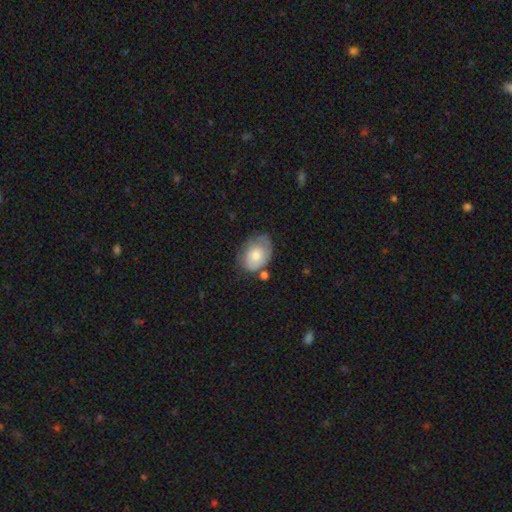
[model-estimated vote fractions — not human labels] A smooth galaxy with no disk features (54%) that is in between round and cigar-shaped (74%).

Vote fractions:
- Smooth or featured? smooth: 54% / featured or disk: 39% / star or artifact: 7%
- How rounded? in between: 74% / round: 25% / cigar-shaped: 1%
- Merging? none: 55% / minor disturbance: 29% / major disturbance: 11% / merger: 6%